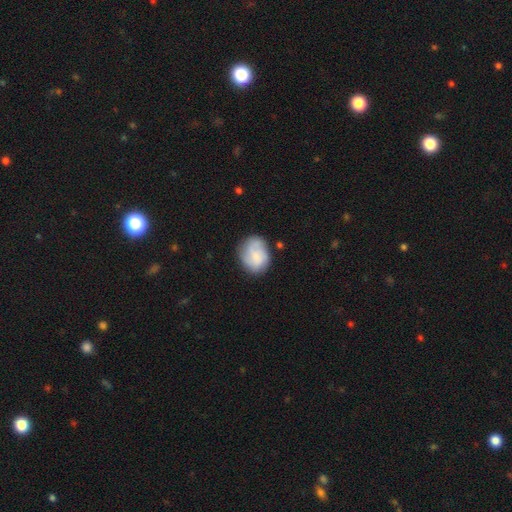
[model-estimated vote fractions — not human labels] Overall: smooth (59%; featured or disk 34%). How rounded: round (50%; in between 49%). Merging: none (66%).